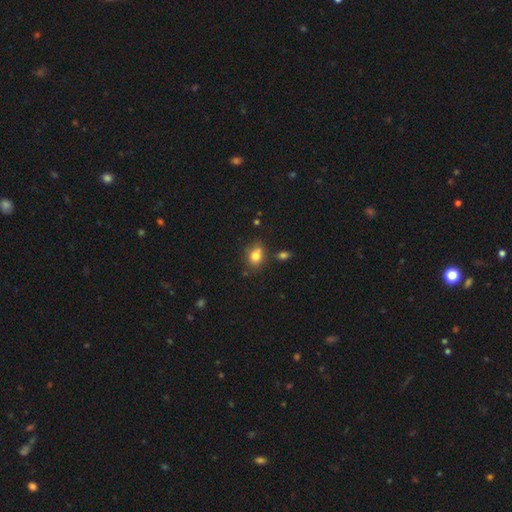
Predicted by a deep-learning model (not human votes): smooth-or-featured: smooth: 79% | star or artifact: 11% | featured or disk: 10%
  how-rounded: in between: 56% | round: 43% | cigar-shaped: 1%
  merging: none: 66% | minor disturbance: 19% | merger: 10% | major disturbance: 5%